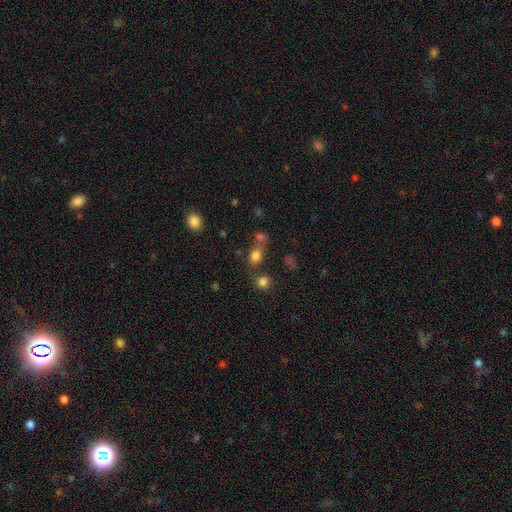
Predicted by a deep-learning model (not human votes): The model was most divided on "how rounded": in between: 51%, round: 47%, cigar-shaped: 2%. More confident: smooth or featured — smooth (77%); merging — none (53%).